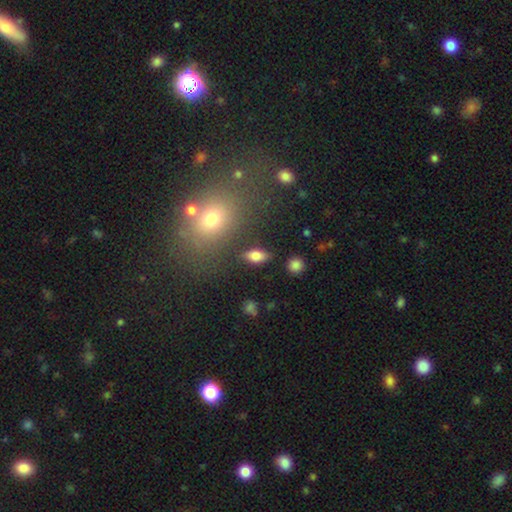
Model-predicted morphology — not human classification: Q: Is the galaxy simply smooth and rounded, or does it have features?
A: smooth — 76%.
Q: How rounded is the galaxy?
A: in between — 85%.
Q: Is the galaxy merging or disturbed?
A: none — 84%.